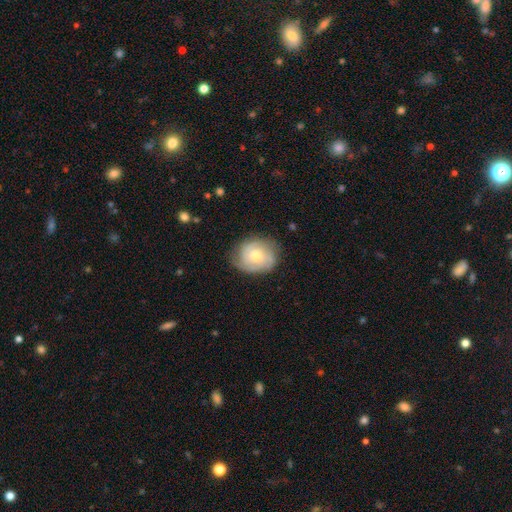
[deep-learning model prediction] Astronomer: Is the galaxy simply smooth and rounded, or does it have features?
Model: featured or disk — 66%.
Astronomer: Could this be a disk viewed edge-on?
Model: no — 97%.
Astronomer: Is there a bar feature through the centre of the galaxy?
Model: no — 76%.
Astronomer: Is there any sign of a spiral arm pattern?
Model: yes — 90%.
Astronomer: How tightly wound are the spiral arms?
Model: tight — 60%.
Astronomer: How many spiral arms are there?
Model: can't tell — 31% (runner-up: 3, 27%).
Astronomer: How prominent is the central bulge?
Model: moderate — 56% (runner-up: small, 36%).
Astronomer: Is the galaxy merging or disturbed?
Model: none — 74%.